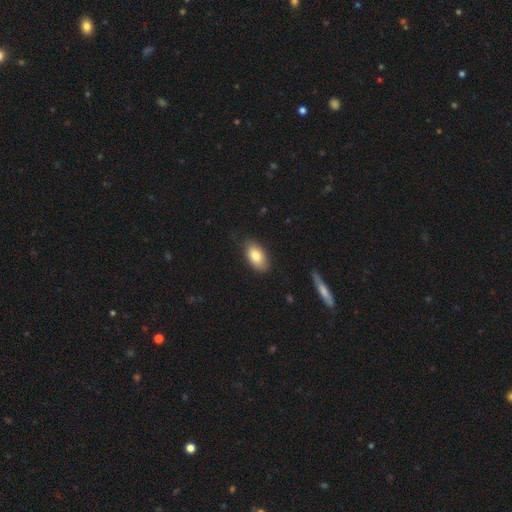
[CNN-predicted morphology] type=smooth (80%); roundness=in between (93%); merging=none (81%).